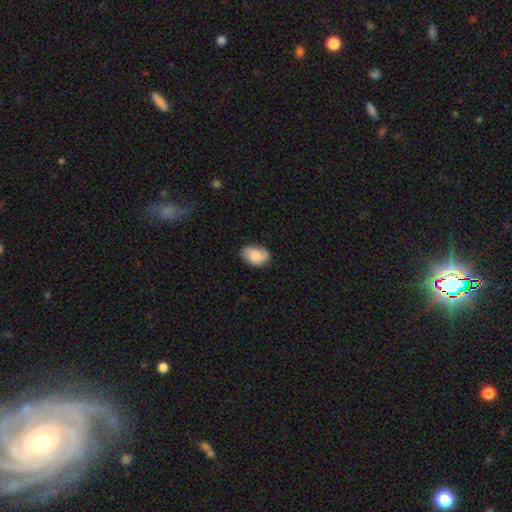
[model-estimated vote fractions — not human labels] A smooth galaxy with no disk features (71%) that is in between round and cigar-shaped (84%).

Vote fractions:
- Smooth or featured? smooth: 71% / featured or disk: 22% / star or artifact: 7%
- How rounded? in between: 84% / round: 14% / cigar-shaped: 1%
- Merging? none: 73% / minor disturbance: 22% / major disturbance: 5% / merger: 1%